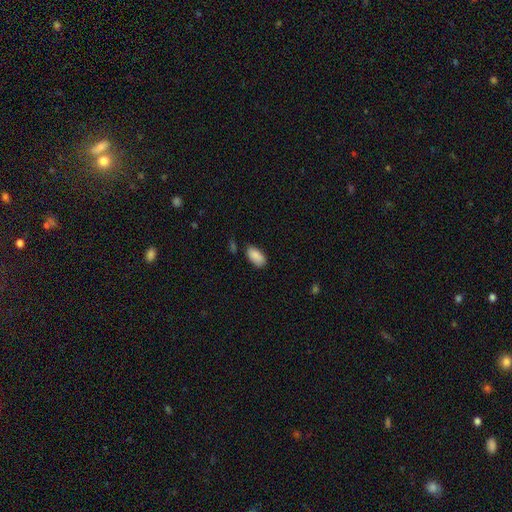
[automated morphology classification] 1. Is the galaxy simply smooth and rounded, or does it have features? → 89% smooth, 7% star or artifact, 4% featured or disk.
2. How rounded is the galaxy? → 94% in between, 4% cigar-shaped, 2% round.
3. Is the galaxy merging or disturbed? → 77% none, 17% minor disturbance, 3% major disturbance, 3% merger.